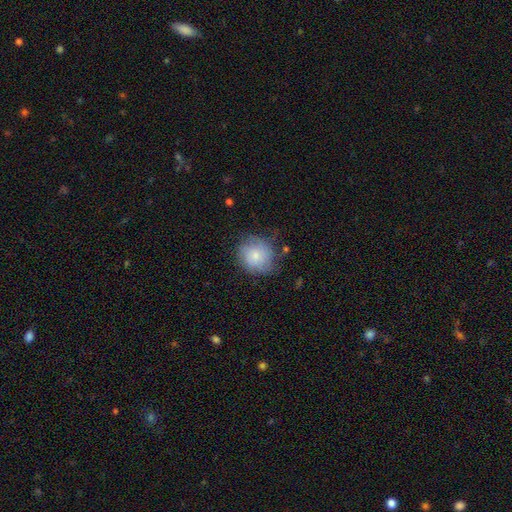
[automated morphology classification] smooth 75%, featured or disk 17%, star or artifact 8%. Down the decision tree: how rounded — round (86%); merging — none (68%).